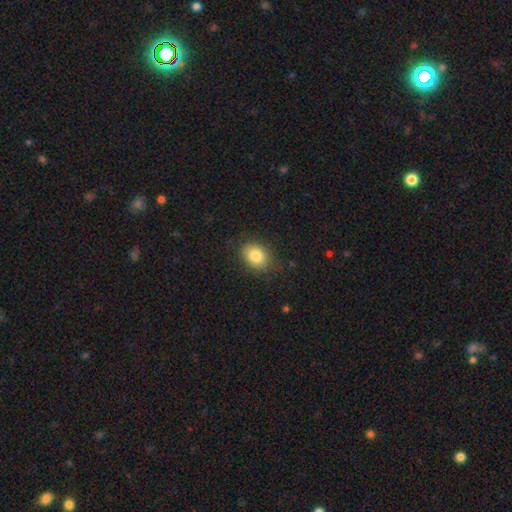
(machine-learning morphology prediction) Smooth or featured?
  - smooth: 84% *
  - star or artifact: 9%
  - featured or disk: 7%
How rounded?
  - in between: 66% *
  - round: 33%
  - cigar-shaped: 1%
Merging?
  - none: 84% *
  - minor disturbance: 12%
  - major disturbance: 3%
  - merger: 1%